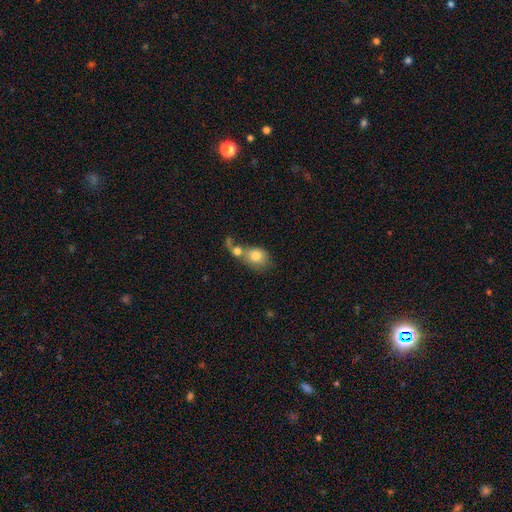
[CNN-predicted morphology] type=smooth (77%); roundness=round (52%); merging=merger (64%).